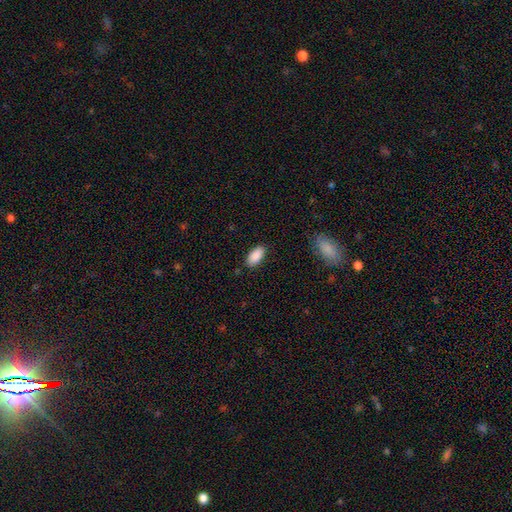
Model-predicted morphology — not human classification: smooth-or-featured: smooth: 90% | star or artifact: 7% | featured or disk: 3%
  how-rounded: in between: 93% | cigar-shaped: 5% | round: 2%
  merging: none: 85% | minor disturbance: 11% | major disturbance: 3% | merger: 1%